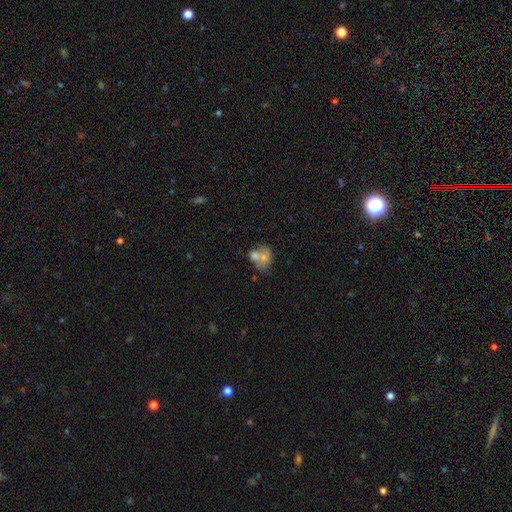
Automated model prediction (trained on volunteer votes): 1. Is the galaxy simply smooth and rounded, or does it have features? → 61% smooth, 29% featured or disk, 10% star or artifact.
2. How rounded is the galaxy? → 62% in between, 36% round, 1% cigar-shaped.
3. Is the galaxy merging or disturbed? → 63% merger, 20% none, 10% minor disturbance, 8% major disturbance.